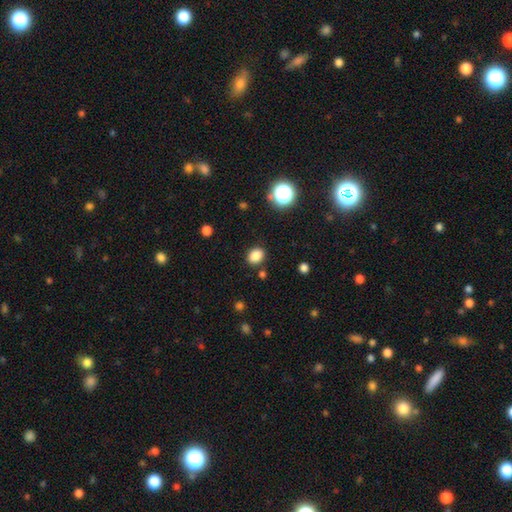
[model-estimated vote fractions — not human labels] Smooth or featured?
  - smooth: 84% *
  - star or artifact: 11%
  - featured or disk: 4%
How rounded?
  - in between: 58% *
  - round: 41%
  - cigar-shaped: 1%
Merging?
  - none: 86% *
  - minor disturbance: 9%
  - major disturbance: 3%
  - merger: 2%